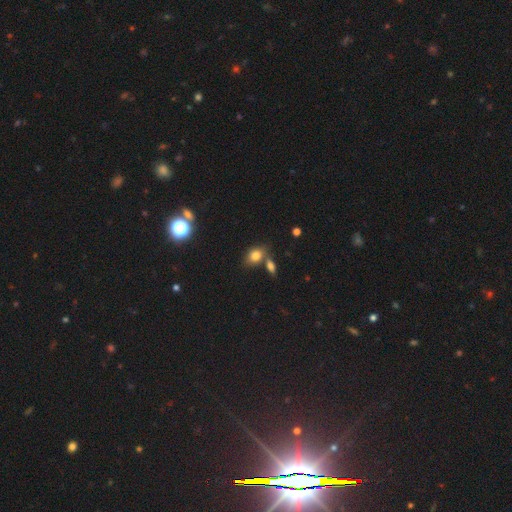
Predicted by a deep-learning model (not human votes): A smooth galaxy with no disk features (78%) that is in between round and cigar-shaped (72%). Merging: none (58%).